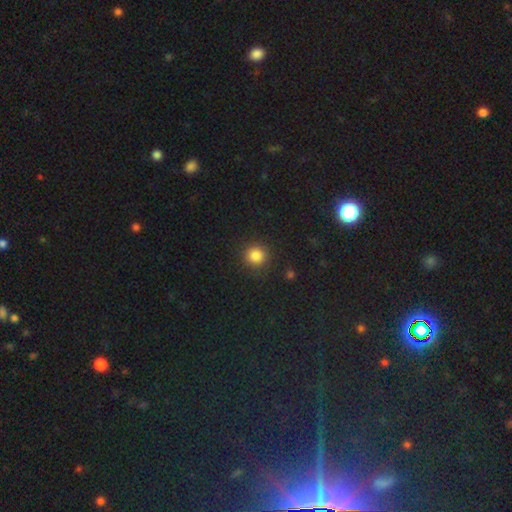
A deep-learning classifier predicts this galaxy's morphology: Smooth or featured: smooth — 84% (star or artifact — 12%)
How rounded: round — 93% (in between — 6%)
Merging: none — 90% (minor disturbance — 6%)